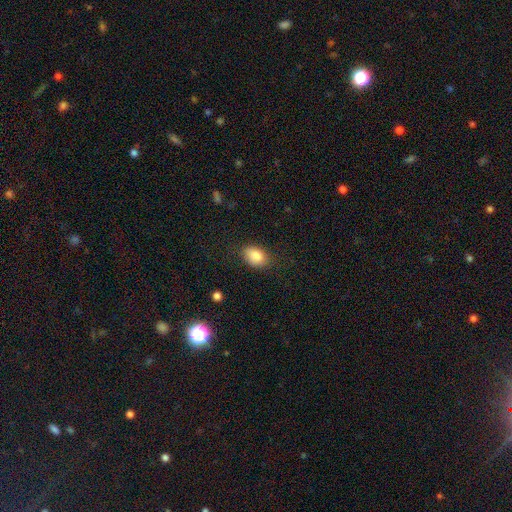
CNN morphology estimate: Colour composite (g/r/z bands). It shows a smooth galaxy with no disk features (86%) that is in between round and cigar-shaped (82%). Merging: none (77%).